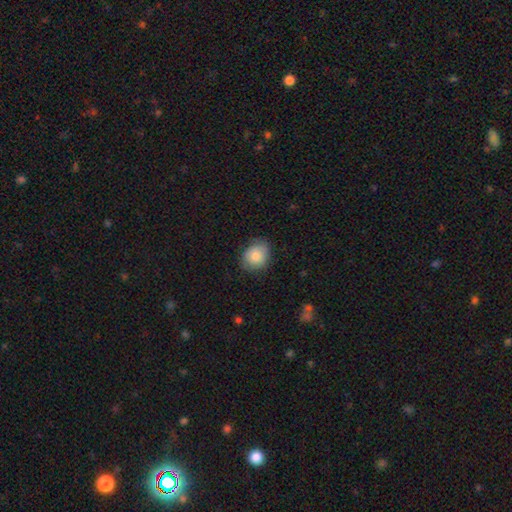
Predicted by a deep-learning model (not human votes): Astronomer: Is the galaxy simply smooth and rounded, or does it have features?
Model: smooth — 82%.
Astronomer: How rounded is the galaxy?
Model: round — 52% (runner-up: in between, 47%).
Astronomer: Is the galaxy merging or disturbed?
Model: none — 75%.